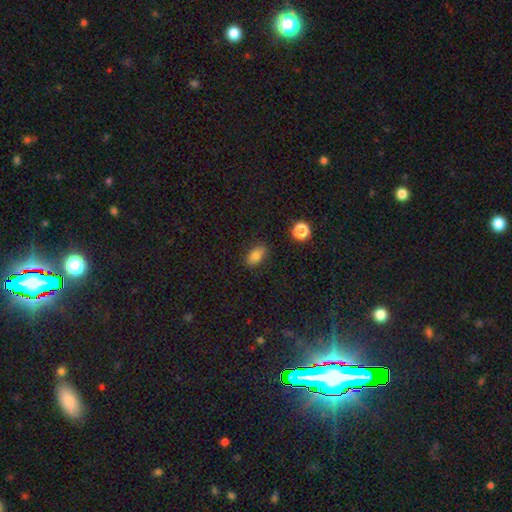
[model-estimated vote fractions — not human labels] Smooth or featured? Predicted: smooth (p=0.79). How rounded? Predicted: in between (p=0.86). Merging? Predicted: none (p=0.84).